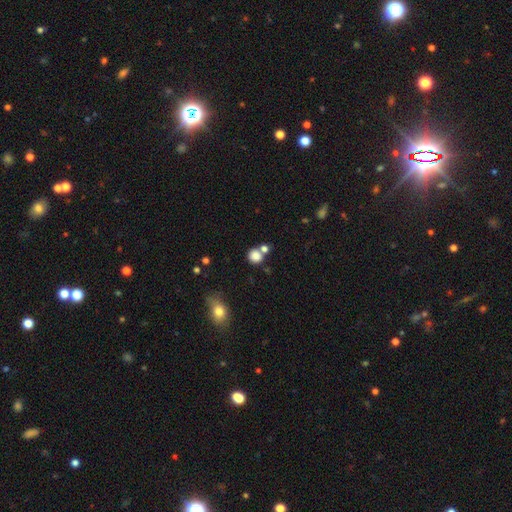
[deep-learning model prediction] Q: Smooth or featured?
A: smooth (82%); runner-up: star or artifact (12%)
Q: How rounded?
A: round (83%); runner-up: in between (16%)
Q: Merging?
A: none (58%); runner-up: merger (26%)